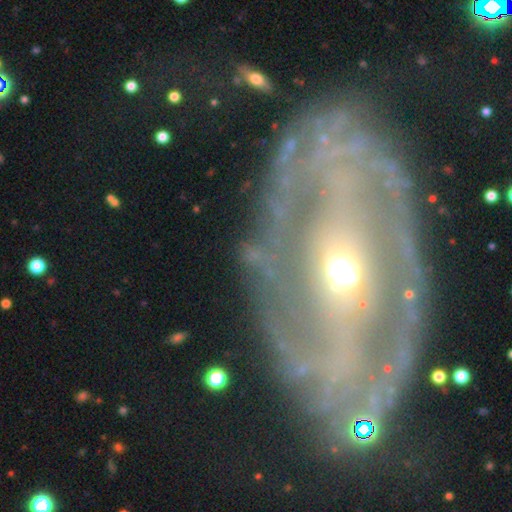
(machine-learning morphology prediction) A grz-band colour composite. It shows a featured or disk galaxy (50%). Merging: none (62%).